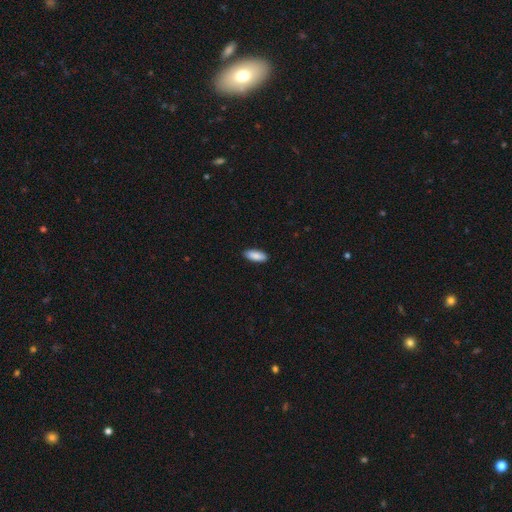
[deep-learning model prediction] Smooth or featured? Predicted: smooth (p=0.89). How rounded? Predicted: in between (p=0.80). Merging? Predicted: none (p=0.90).